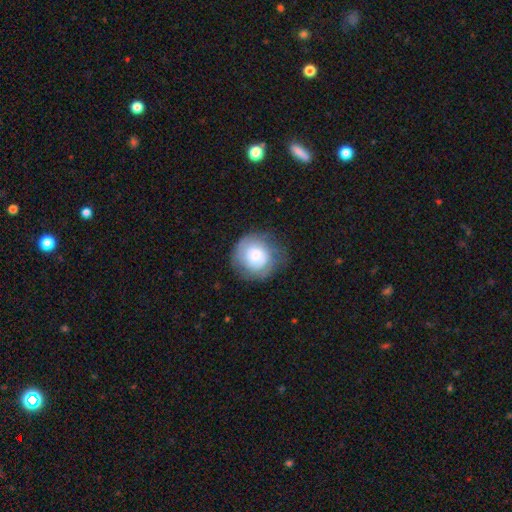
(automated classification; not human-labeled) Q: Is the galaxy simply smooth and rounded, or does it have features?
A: smooth — 57%.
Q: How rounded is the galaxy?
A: round — 89%.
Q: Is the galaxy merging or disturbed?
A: none — 70%.